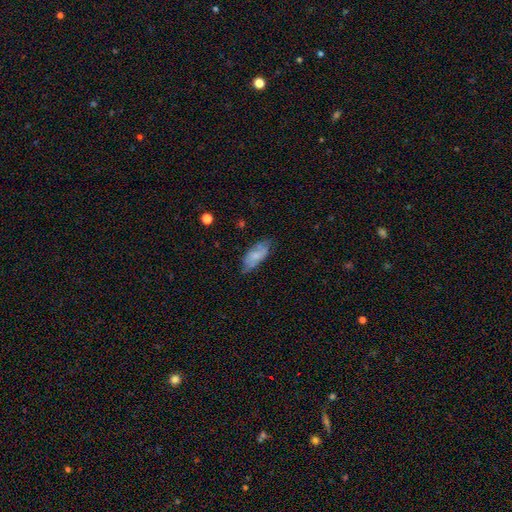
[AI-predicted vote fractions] smooth 64%, featured or disk 29%, star or artifact 7%. Down the decision tree: how rounded — in between (84%); merging — none (61%).